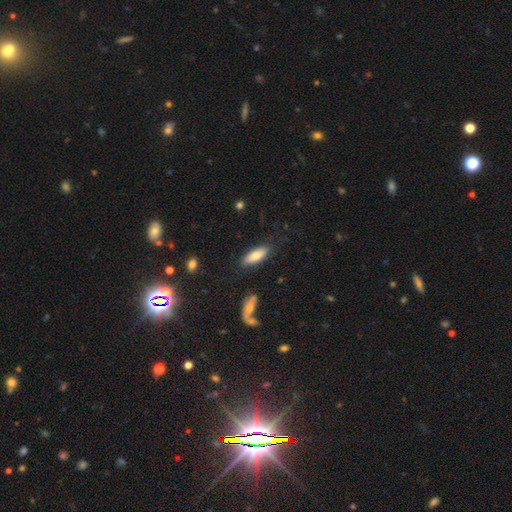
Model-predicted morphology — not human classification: Smooth or featured?
  - smooth: 77% *
  - featured or disk: 17%
  - star or artifact: 6%
How rounded?
  - in between: 66% *
  - cigar-shaped: 32%
  - round: 2%
Merging?
  - none: 80% *
  - minor disturbance: 13%
  - merger: 4%
  - major disturbance: 4%